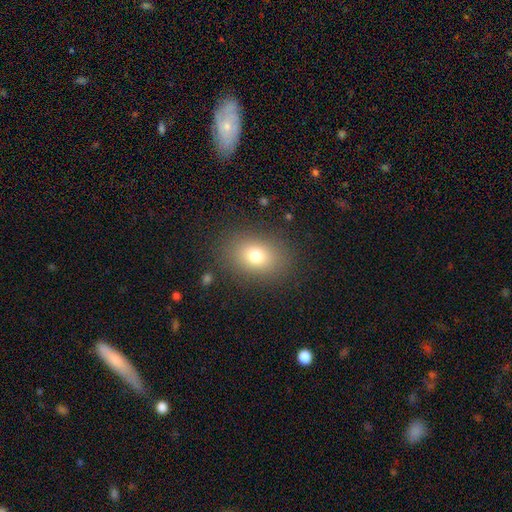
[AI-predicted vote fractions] The model was most divided on "how rounded": in between: 67%, round: 32%, cigar-shaped: 1%. More confident: merging — none (84%); smooth or featured — smooth (76%).